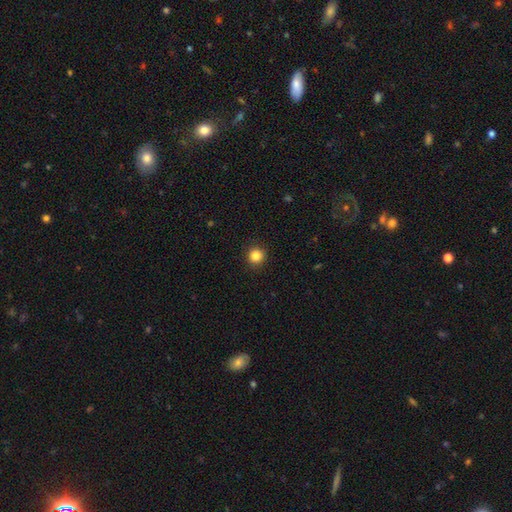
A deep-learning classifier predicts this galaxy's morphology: This is clearly a smooth galaxy (85%). How rounded: clearly round (94%). Merging: clearly none (92%).